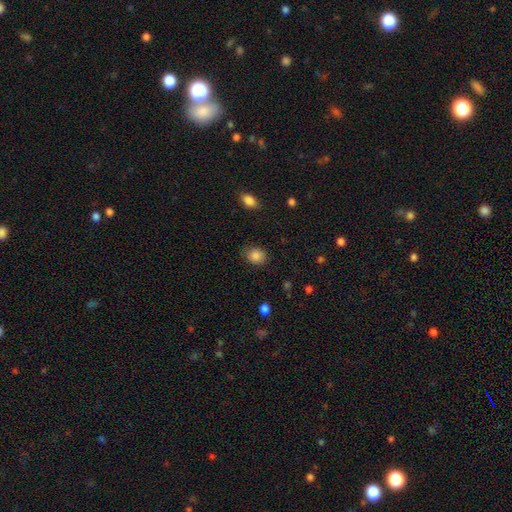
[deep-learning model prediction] Smooth or featured? Predicted: smooth (p=0.86). How rounded? Predicted: round (p=0.56). Merging? Predicted: none (p=0.79).